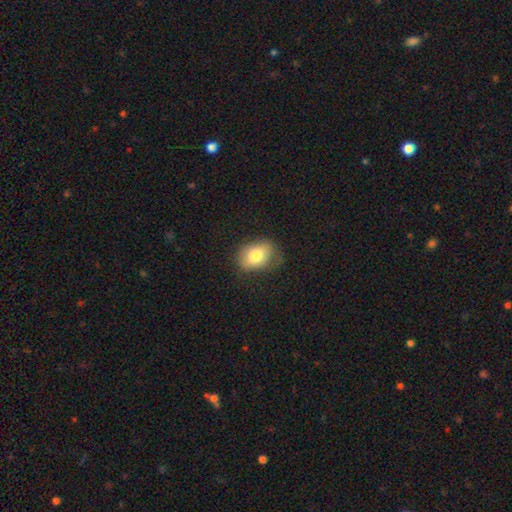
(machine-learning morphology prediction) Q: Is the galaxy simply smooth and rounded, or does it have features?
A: smooth — 79%.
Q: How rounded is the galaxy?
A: in between — 74%.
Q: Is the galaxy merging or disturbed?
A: none — 70%.